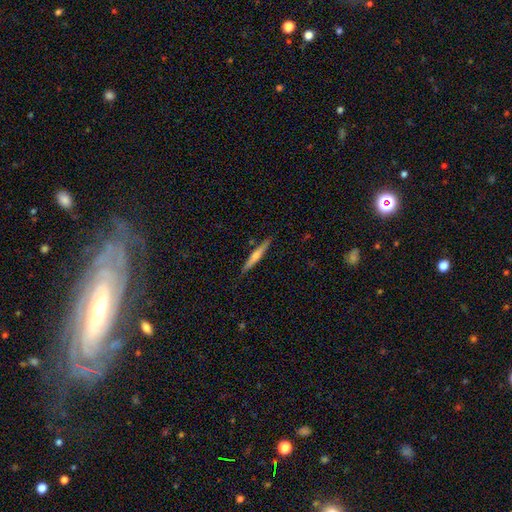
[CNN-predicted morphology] A featured or disk galaxy (54%) viewed edge-on (97%) with a rounded central bulge (77%). Merging: none (89%).